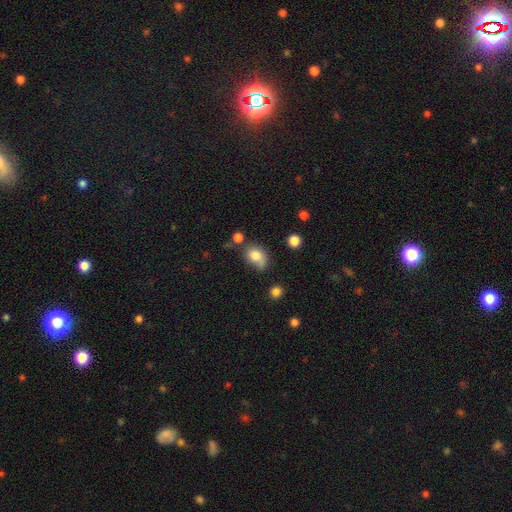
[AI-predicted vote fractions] A smooth galaxy with no disk features (78%) that is in between round and cigar-shaped (59%).

Vote fractions:
- Smooth or featured? smooth: 78% / featured or disk: 12% / star or artifact: 10%
- How rounded? in between: 59% / round: 40% / cigar-shaped: 1%
- Merging? none: 42% / minor disturbance: 28% / major disturbance: 16% / merger: 14%